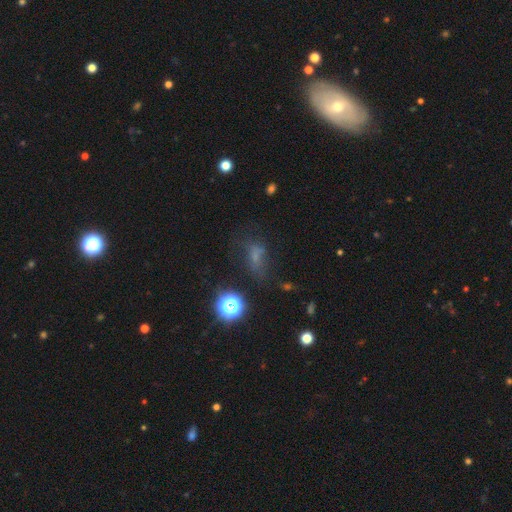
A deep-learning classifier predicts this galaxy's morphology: Smooth or featured?
  - smooth: 51% *
  - star or artifact: 31%
  - featured or disk: 18%
How rounded?
  - in between: 67% *
  - round: 23%
  - cigar-shaped: 11%
Merging?
  - none: 46% *
  - major disturbance: 24%
  - minor disturbance: 23%
  - merger: 8%